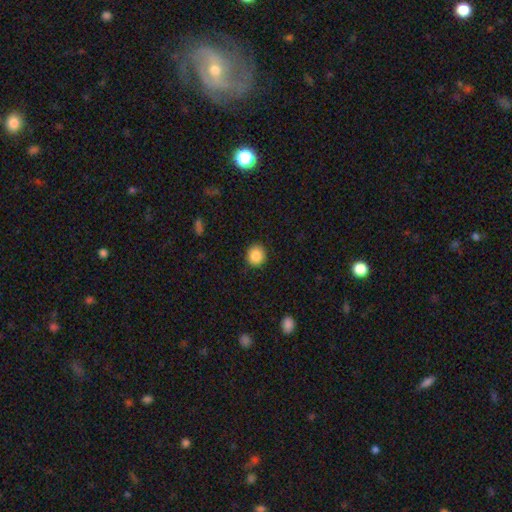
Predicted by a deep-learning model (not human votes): smooth_or_featured: smooth (p=0.87) [alt: star or artifact p=0.09]
how_rounded: round (p=0.82) [alt: in between p=0.17]
merging: none (p=0.89) [alt: minor disturbance p=0.07]